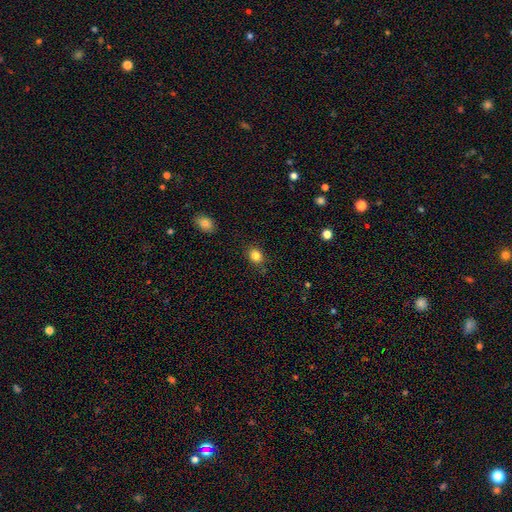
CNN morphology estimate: Smooth or featured?
  - smooth: 84% *
  - star or artifact: 11%
  - featured or disk: 5%
How rounded?
  - round: 54% *
  - in between: 45%
  - cigar-shaped: 1%
Merging?
  - none: 85% *
  - minor disturbance: 11%
  - major disturbance: 3%
  - merger: 2%